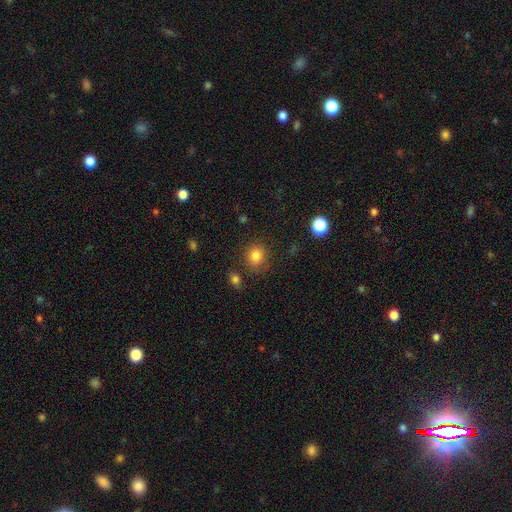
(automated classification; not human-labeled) A smooth galaxy with no disk features (82%) that is round (78%).

Vote fractions:
- Smooth or featured? smooth: 82% / star or artifact: 12% / featured or disk: 6%
- How rounded? round: 78% / in between: 21% / cigar-shaped: 1%
- Merging? none: 78% / minor disturbance: 13% / major disturbance: 5% / merger: 4%